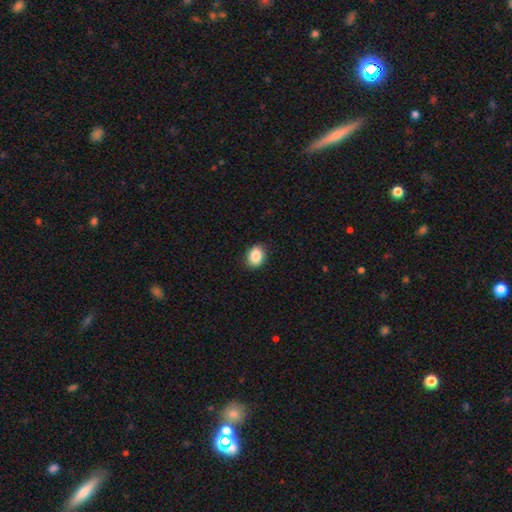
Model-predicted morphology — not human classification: smooth 87%, star or artifact 8%, featured or disk 5%. Down the decision tree: how rounded — in between (69%); merging — none (88%).